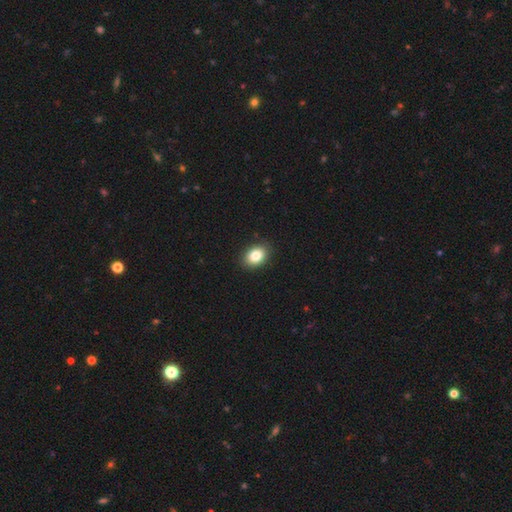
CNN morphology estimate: smooth_or_featured: smooth (p=0.84) [alt: star or artifact p=0.09]
how_rounded: in between (p=0.75) [alt: round p=0.24]
merging: none (p=0.89) [alt: minor disturbance p=0.08]